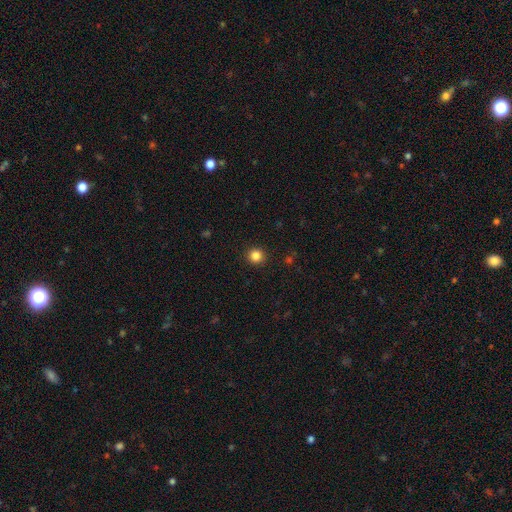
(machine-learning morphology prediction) Smooth or featured?
  - smooth: 84% *
  - star or artifact: 12%
  - featured or disk: 4%
How rounded?
  - round: 94% *
  - in between: 5%
  - cigar-shaped: 1%
Merging?
  - none: 92% *
  - minor disturbance: 5%
  - major disturbance: 2%
  - merger: 1%